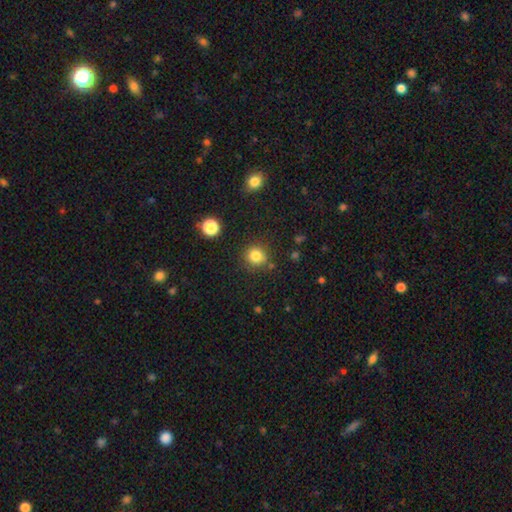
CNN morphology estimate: Q: Smooth or featured?
A: smooth (81%); runner-up: star or artifact (13%)
Q: How rounded?
A: round (89%); runner-up: in between (10%)
Q: Merging?
A: none (82%); runner-up: minor disturbance (10%)